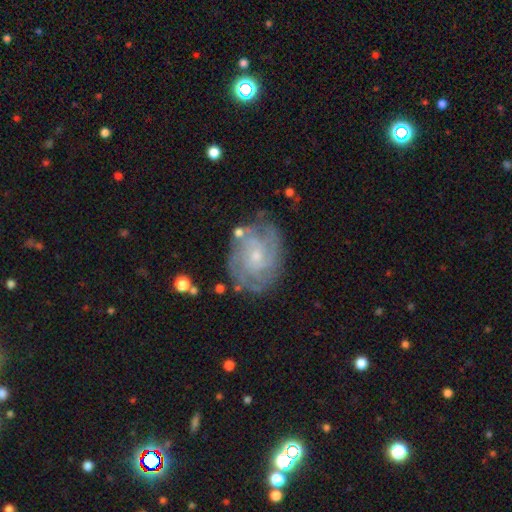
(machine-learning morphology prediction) Smooth or featured? featured or disk (82%)
Edge-on disk? no (97%)
Bar? no (70%)
Spiral arms? yes (94%)
Spiral winding? tight (65%)
Spiral arm count? can't tell (34%)
Bulge size? small (75%)
Merging? none (74%)